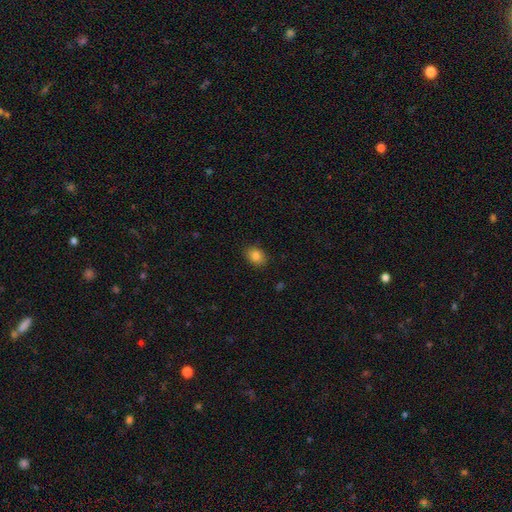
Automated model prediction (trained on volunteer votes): smooth-or-featured: smooth: 85% | star or artifact: 10% | featured or disk: 6%
  how-rounded: in between: 67% | round: 32% | cigar-shaped: 1%
  merging: none: 88% | minor disturbance: 8% | major disturbance: 2% | merger: 1%